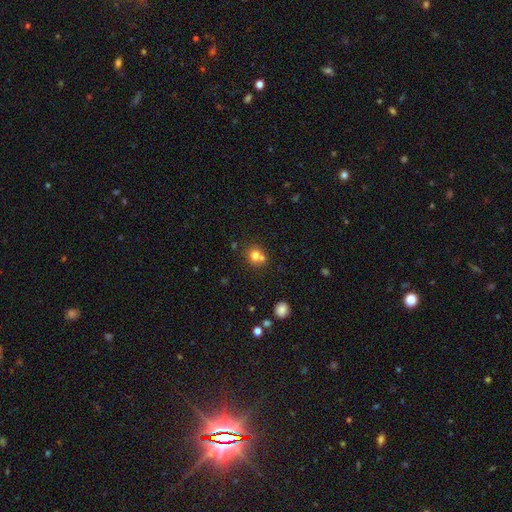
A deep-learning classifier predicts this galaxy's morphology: smooth_or_featured: smooth (p=0.73) [alt: star or artifact p=0.14]
how_rounded: round (p=0.82) [alt: in between p=0.17]
merging: none (p=0.51) [alt: merger p=0.39]